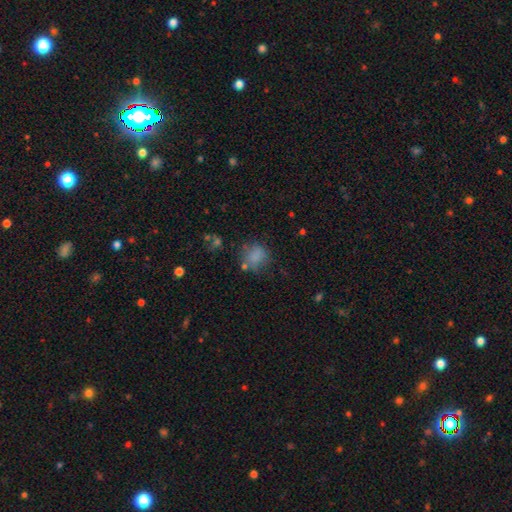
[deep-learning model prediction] This is likely a smooth galaxy (76%). How rounded: likely round (71%). Merging: possibly none (58%).